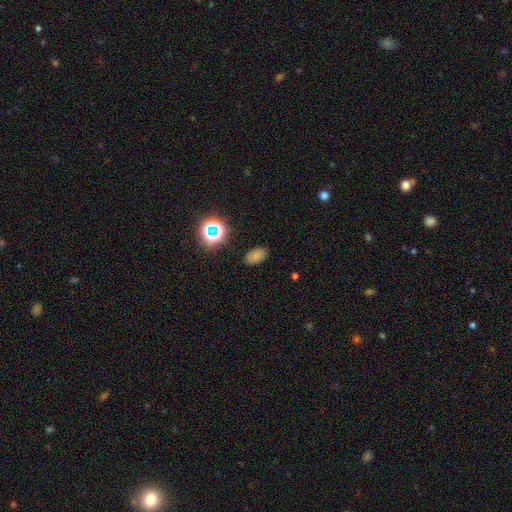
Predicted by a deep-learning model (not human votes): Smooth or featured? smooth (72%)
How rounded? in between (89%)
Merging? none (82%)